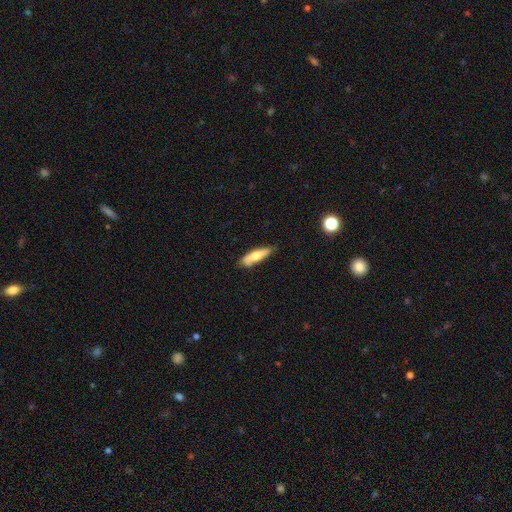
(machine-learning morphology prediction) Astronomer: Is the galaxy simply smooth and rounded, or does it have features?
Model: smooth — 65%.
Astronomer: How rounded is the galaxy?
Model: cigar-shaped — 66%.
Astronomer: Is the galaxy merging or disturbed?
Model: none — 71%.